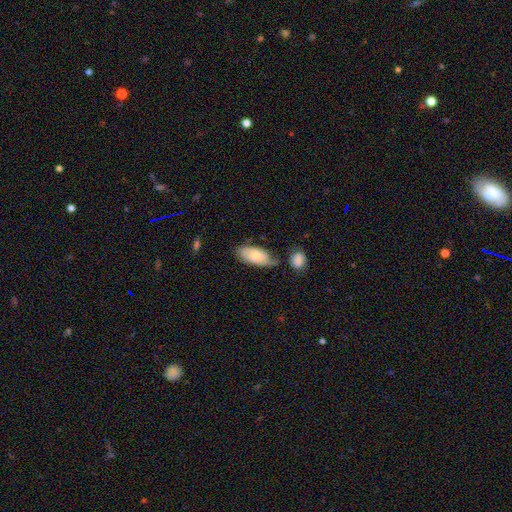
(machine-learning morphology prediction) smooth-or-featured: smooth: 66% | featured or disk: 27% | star or artifact: 6%
  how-rounded: in between: 90% | cigar-shaped: 8% | round: 3%
  merging: none: 53% | minor disturbance: 26% | merger: 13% | major disturbance: 8%